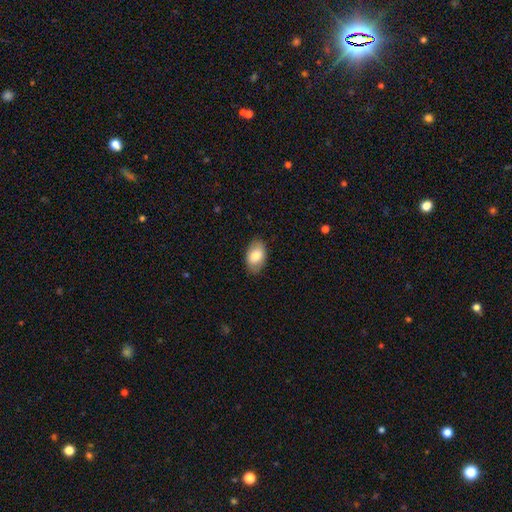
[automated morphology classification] This is clearly a smooth galaxy (80%). How rounded: clearly in between (92%). Merging: clearly none (83%).